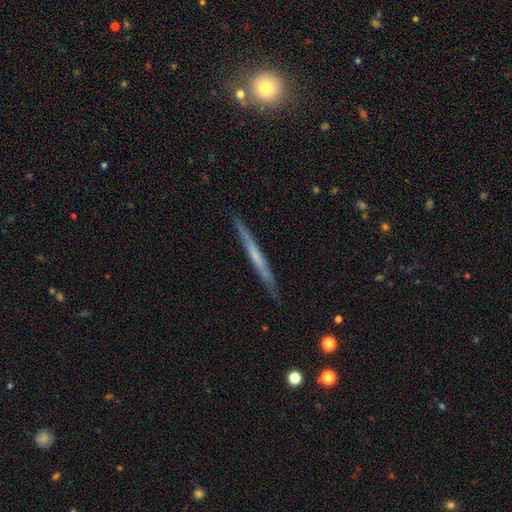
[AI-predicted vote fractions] smooth_or_featured: featured or disk (p=0.55) [alt: smooth p=0.39]
disk_edge_on: yes (p=0.97) [alt: no p=0.03]
edge_on_bulge: none (p=0.82) [alt: rounded p=0.13]
merging: none (p=0.90) [alt: minor disturbance p=0.08]